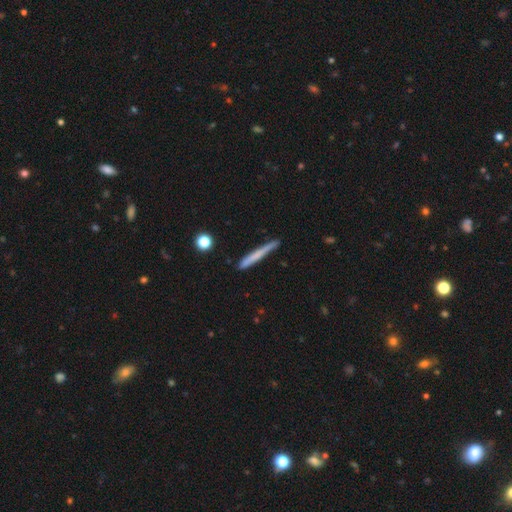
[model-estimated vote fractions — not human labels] A smooth galaxy with no disk features (61%) that is cigar-shaped (96%). Merging: none (83%).